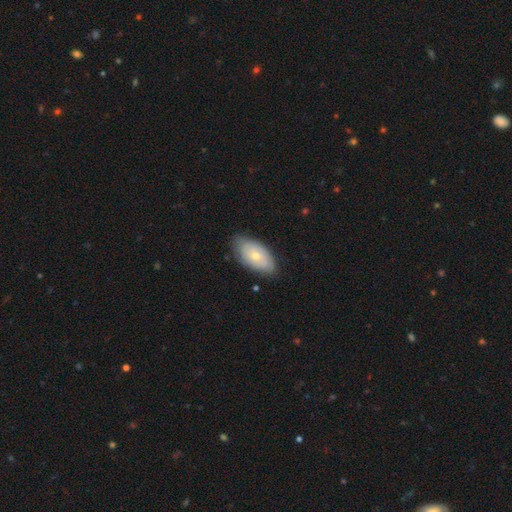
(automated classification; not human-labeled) This is possibly a smooth galaxy (57%). How rounded: clearly in between (94%). Merging: likely none (76%).